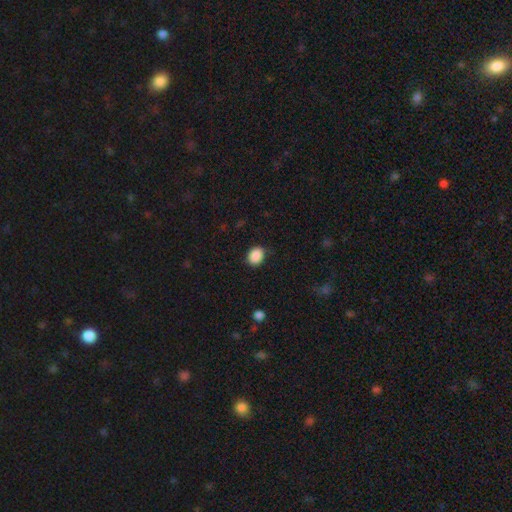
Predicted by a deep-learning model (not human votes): A smooth galaxy with no disk features (89%) that is round (53%).

Vote fractions:
- Smooth or featured? smooth: 89% / star or artifact: 8% / featured or disk: 3%
- How rounded? round: 53% / in between: 46% / cigar-shaped: 1%
- Merging? none: 84% / minor disturbance: 12% / major disturbance: 3% / merger: 1%